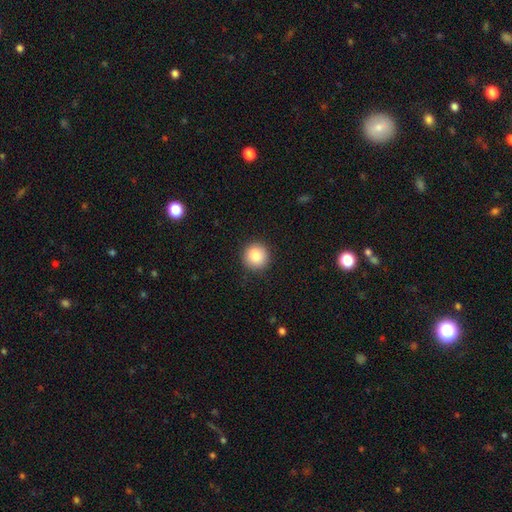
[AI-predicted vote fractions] This is clearly a smooth galaxy (87%). How rounded: clearly round (94%). Merging: clearly none (91%).